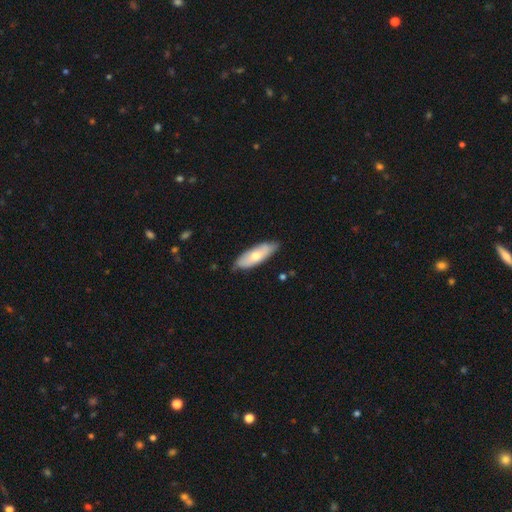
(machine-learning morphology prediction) smooth-or-featured: smooth: 60% | featured or disk: 34% | star or artifact: 5%
  how-rounded: in between: 68% | cigar-shaped: 30% | round: 2%
  merging: none: 81% | minor disturbance: 16% | major disturbance: 2% | merger: 1%